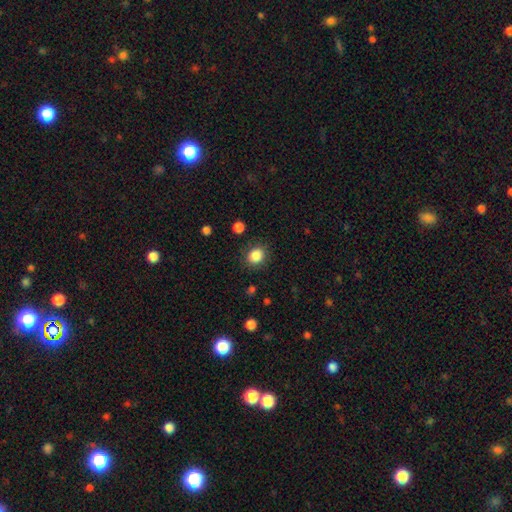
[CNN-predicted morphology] A smooth galaxy with no disk features (87%) that is round (71%). Merging: none (84%).